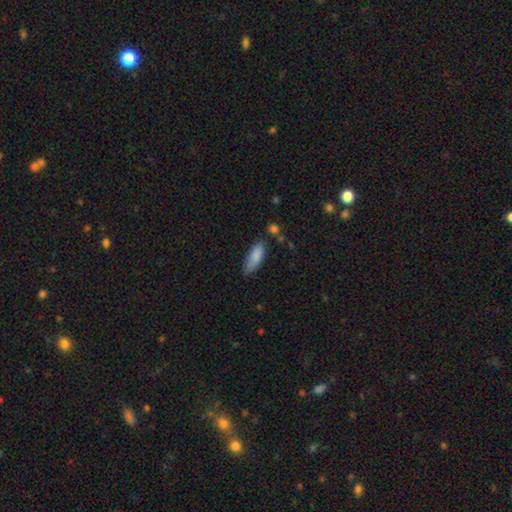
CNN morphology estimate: Smooth or featured? Predicted: smooth (p=0.86). How rounded? Predicted: in between (p=0.68). Merging? Predicted: none (p=0.64).